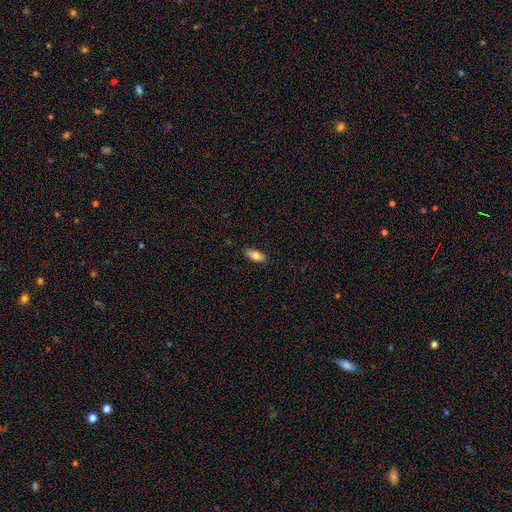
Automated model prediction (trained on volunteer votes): smooth-or-featured: smooth: 79% | featured or disk: 14% | star or artifact: 7%
  how-rounded: in between: 78% | cigar-shaped: 19% | round: 2%
  merging: none: 86% | minor disturbance: 11% | major disturbance: 2% | merger: 1%